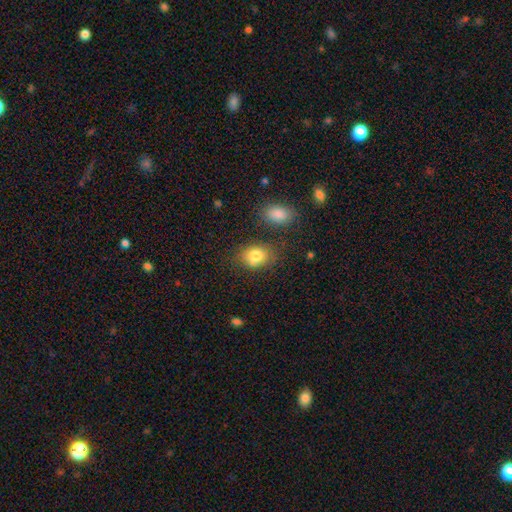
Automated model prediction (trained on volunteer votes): smooth_or_featured: smooth (p=0.81) [alt: star or artifact p=0.10]
how_rounded: in between (p=0.62) [alt: round p=0.37]
merging: none (p=0.68) [alt: minor disturbance p=0.18]